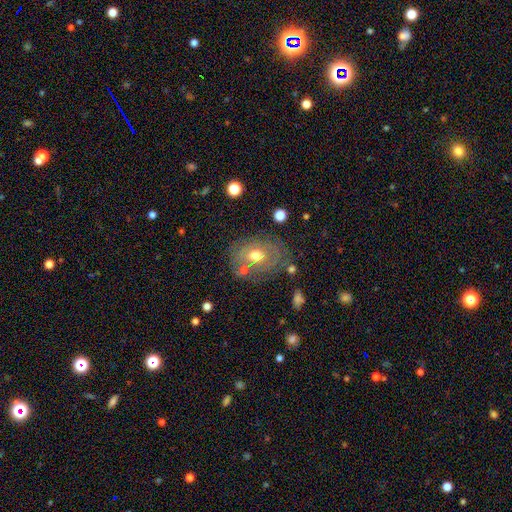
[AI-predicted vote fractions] A featured or disk galaxy (50%).

Vote fractions:
- Smooth or featured? featured or disk: 50% / smooth: 41% / star or artifact: 9%
- Edge-on disk? no: 93% / yes: 7%
- Merging? none: 59% / minor disturbance: 21% / major disturbance: 11% / merger: 9%